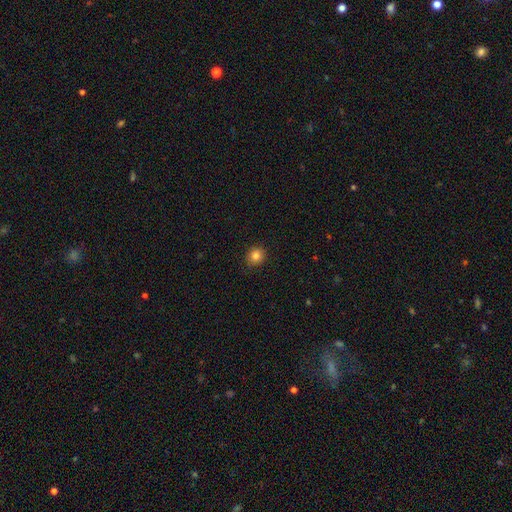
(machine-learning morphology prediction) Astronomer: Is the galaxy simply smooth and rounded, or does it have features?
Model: smooth — 83%.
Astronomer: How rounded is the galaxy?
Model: round — 84%.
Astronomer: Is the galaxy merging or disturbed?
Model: none — 89%.